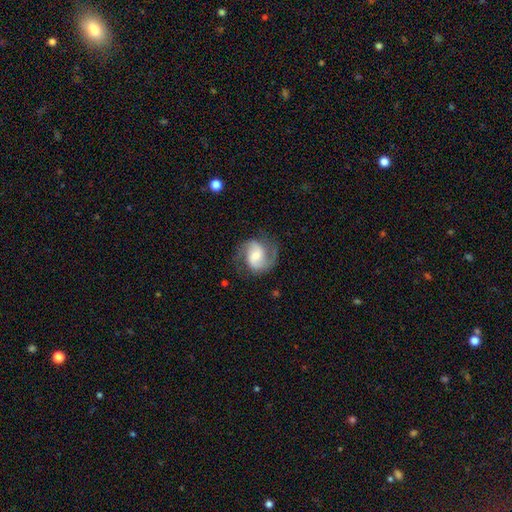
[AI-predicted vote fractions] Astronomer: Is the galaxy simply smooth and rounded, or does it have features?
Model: featured or disk — 82%.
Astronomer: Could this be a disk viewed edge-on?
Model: no — 98%.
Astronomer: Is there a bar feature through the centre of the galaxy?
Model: weak — 45% (runner-up: no, 38%).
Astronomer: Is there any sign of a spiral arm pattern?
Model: yes — 96%.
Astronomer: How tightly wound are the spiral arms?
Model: medium — 52% (runner-up: loose, 28%).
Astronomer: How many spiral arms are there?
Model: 2 — 86%.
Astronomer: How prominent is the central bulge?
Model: moderate — 48% (runner-up: small, 37%).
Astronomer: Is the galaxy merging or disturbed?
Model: none — 70%.